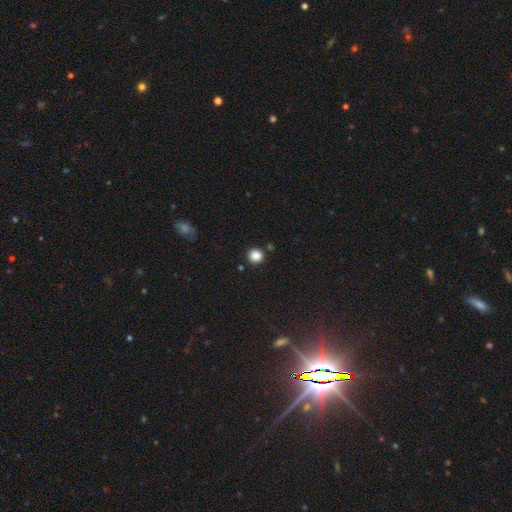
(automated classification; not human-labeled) smooth_or_featured: smooth (p=0.86) [alt: star or artifact p=0.11]
how_rounded: round (p=0.90) [alt: in between p=0.09]
merging: none (p=0.86) [alt: minor disturbance p=0.07]